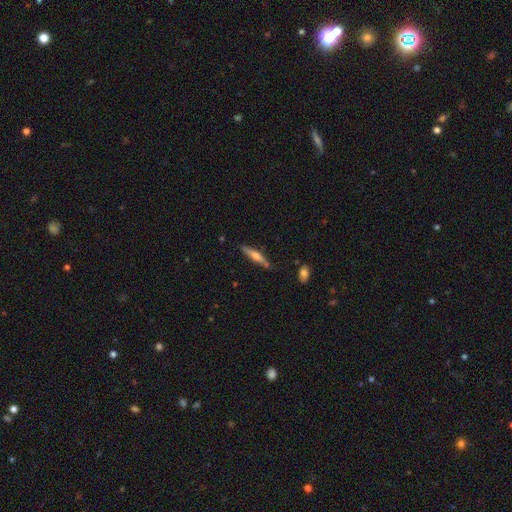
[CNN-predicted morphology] A featured or disk galaxy (56%) viewed edge-on (96%) with a rounded central bulge (83%).

Vote fractions:
- Smooth or featured? featured or disk: 56% / smooth: 38% / star or artifact: 6%
- Edge-on disk? yes: 96% / no: 4%
- Edge-on bulge? rounded: 83% / boxy: 9% / none: 8%
- Merging? none: 82% / minor disturbance: 12% / merger: 3% / major disturbance: 2%